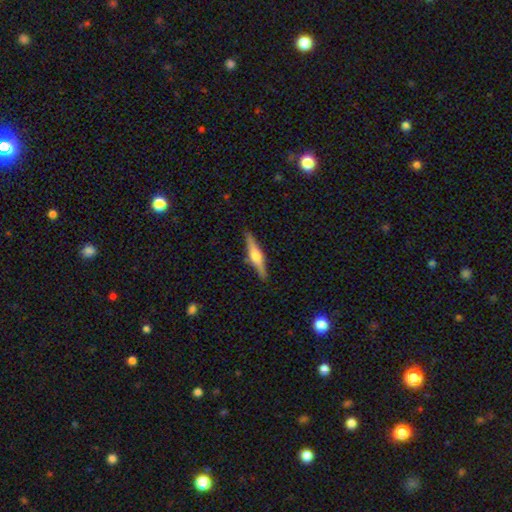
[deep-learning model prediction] Q: Smooth or featured?
A: featured or disk (58%); runner-up: smooth (36%)
Q: Edge-on disk?
A: yes (96%); runner-up: no (4%)
Q: Edge-on bulge?
A: rounded (82%); runner-up: boxy (13%)
Q: Merging?
A: none (87%); runner-up: minor disturbance (9%)